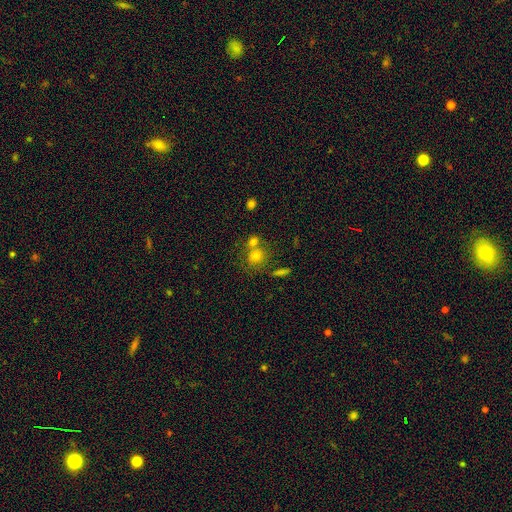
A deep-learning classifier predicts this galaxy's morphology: Smooth or featured: smooth — 72% (star or artifact — 14%)
How rounded: round — 80% (in between — 19%)
Merging: none — 51% (merger — 35%)